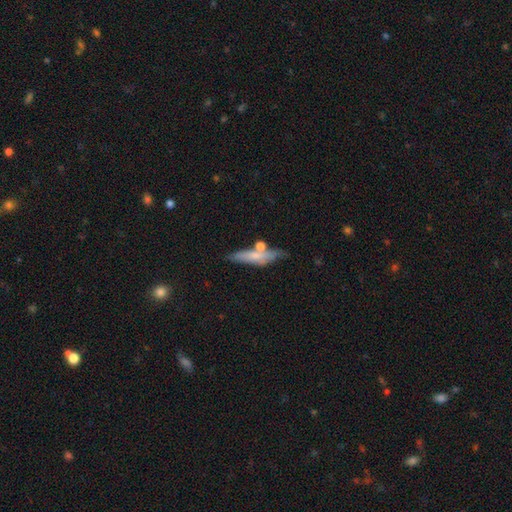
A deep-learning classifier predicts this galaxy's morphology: A smooth galaxy with no disk features (58%) that is cigar-shaped (72%). Merging: none (61%).